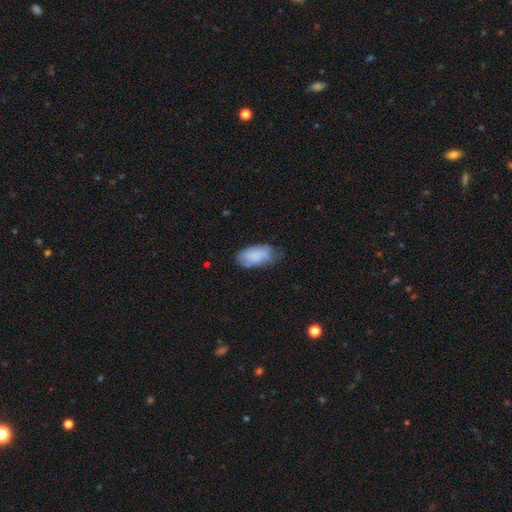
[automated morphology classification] Smooth or featured: smooth — 78% (featured or disk — 15%)
How rounded: in between — 94% (round — 3%)
Merging: none — 49% (minor disturbance — 37%)